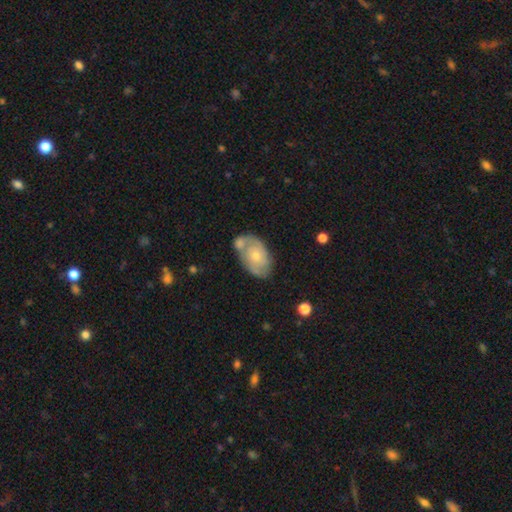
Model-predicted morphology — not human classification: Smooth or featured? Predicted: featured or disk (p=0.60). Edge-on disk? Predicted: no (p=0.96). Bar? Predicted: no (p=0.78). Spiral arms? Predicted: yes (p=0.80). Bulge size? Predicted: small (p=0.53). Merging? Predicted: none (p=0.47).